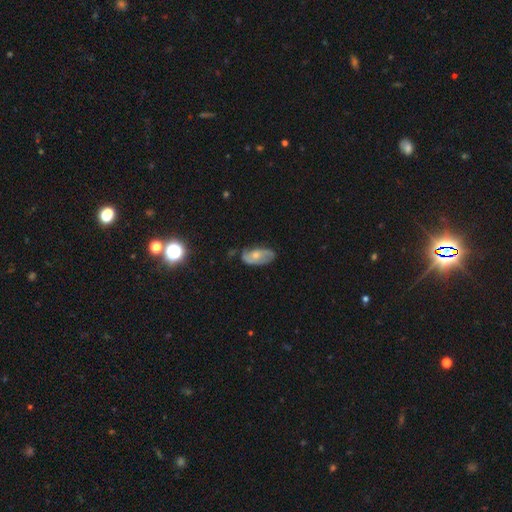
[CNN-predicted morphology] Smooth or featured: featured or disk — 47% (smooth — 46%)
Merging: none — 56% (minor disturbance — 32%)